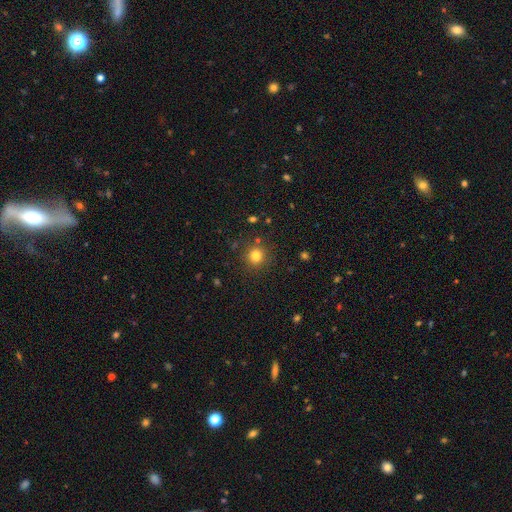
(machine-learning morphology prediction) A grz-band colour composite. It shows a smooth galaxy with no disk features (80%) that is round (92%). Merging: none (87%).